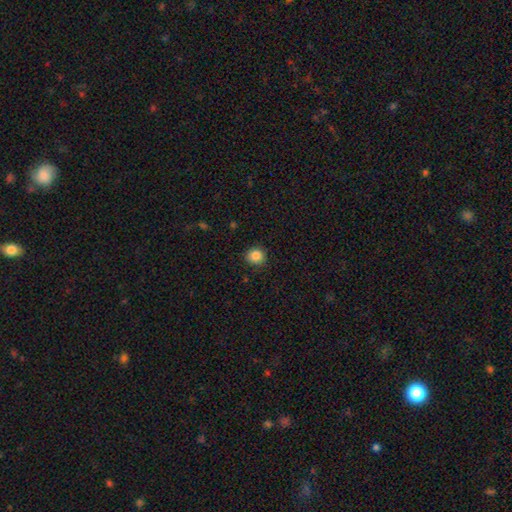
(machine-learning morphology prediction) The model was most divided on "smooth or featured": smooth: 86%, star or artifact: 10%, featured or disk: 4%. More confident: how rounded — round (89%); merging — none (89%).